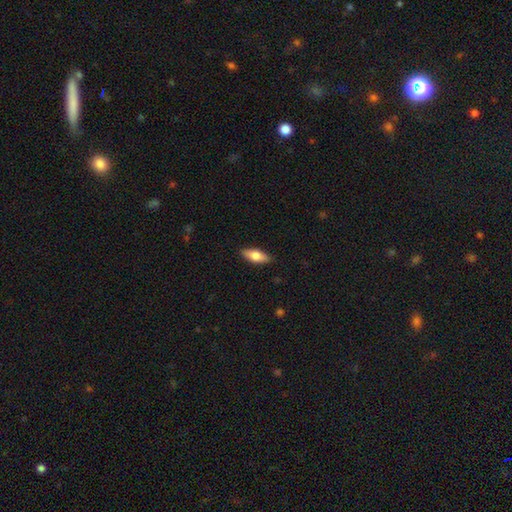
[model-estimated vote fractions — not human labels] Morphology: type=smooth (70%); roundness=in between (73%); merging=none (88%).